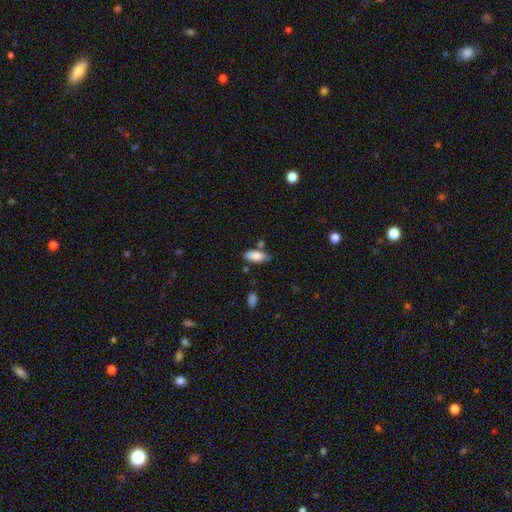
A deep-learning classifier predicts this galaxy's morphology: A smooth galaxy with no disk features (84%) that is in between round and cigar-shaped (84%). Merging: none (64%).